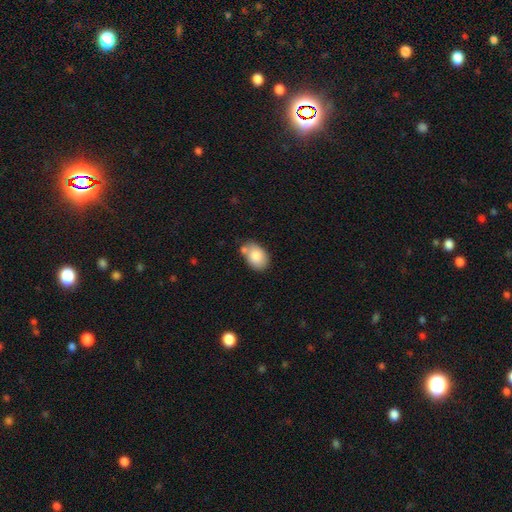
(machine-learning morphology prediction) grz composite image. It shows a smooth galaxy with no disk features (83%) that is in between round and cigar-shaped (83%). Merging: none (59%).